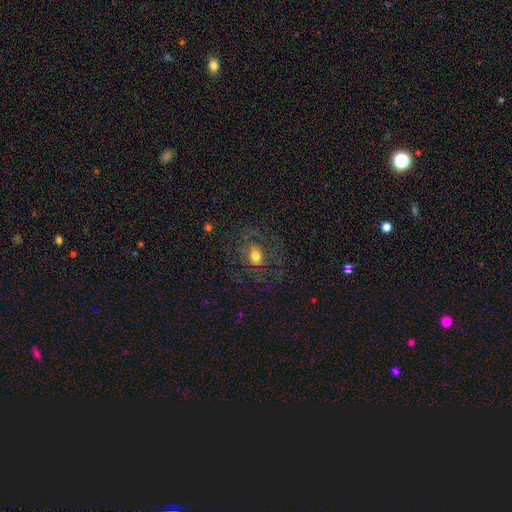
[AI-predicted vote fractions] Smooth or featured? featured or disk (47%)
Merging? none (66%)